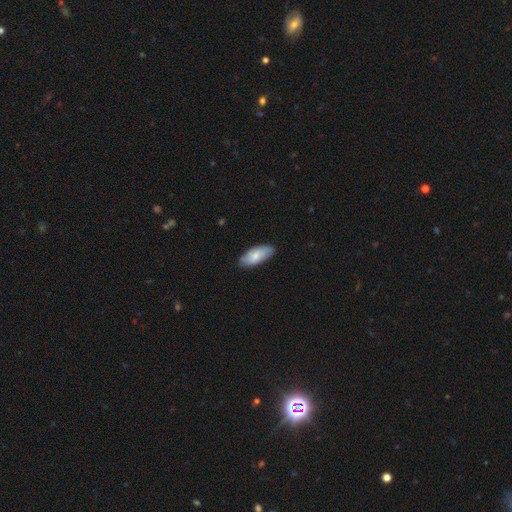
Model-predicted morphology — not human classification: Q: Smooth or featured?
A: smooth (75%); runner-up: featured or disk (20%)
Q: How rounded?
A: in between (87%); runner-up: cigar-shaped (11%)
Q: Merging?
A: none (84%); runner-up: minor disturbance (13%)